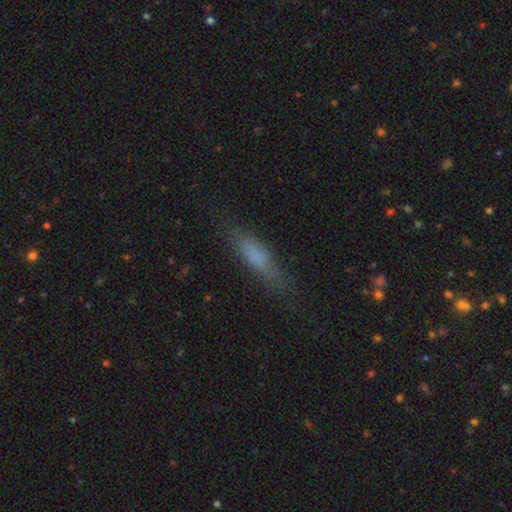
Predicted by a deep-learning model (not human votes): Smooth or featured: smooth — 68% (featured or disk — 23%)
How rounded: cigar-shaped — 75% (in between — 23%)
Merging: none — 75% (minor disturbance — 17%)